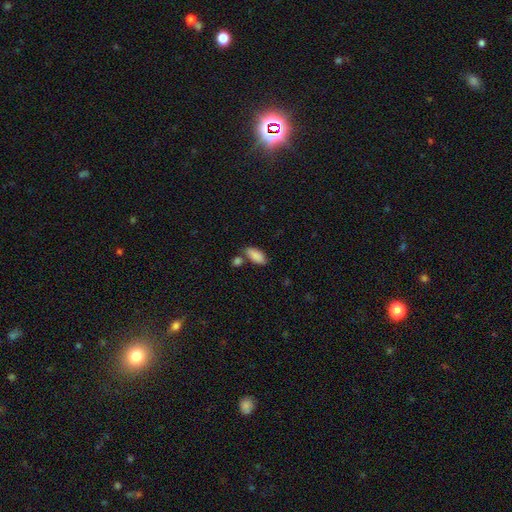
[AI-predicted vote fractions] This is clearly a smooth galaxy (87%). How rounded: clearly in between (88%). Merging: likely none (62%).